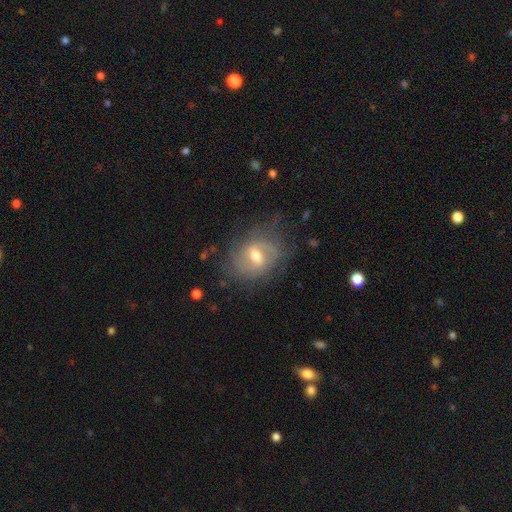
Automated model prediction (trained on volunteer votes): smooth-or-featured: featured or disk: 67% | smooth: 24% | star or artifact: 9%
  disk-edge-on: no: 94% | yes: 6%
    bar: weak: 57% | strong: 23% | no: 20%
    has-spiral-arms: yes: 72% | no: 28%
    bulge-size: moderate: 69% | small: 22% | large: 7% | none: 1% | dominant: 1%
  merging: none: 65% | minor disturbance: 22% | major disturbance: 11% | merger: 2%